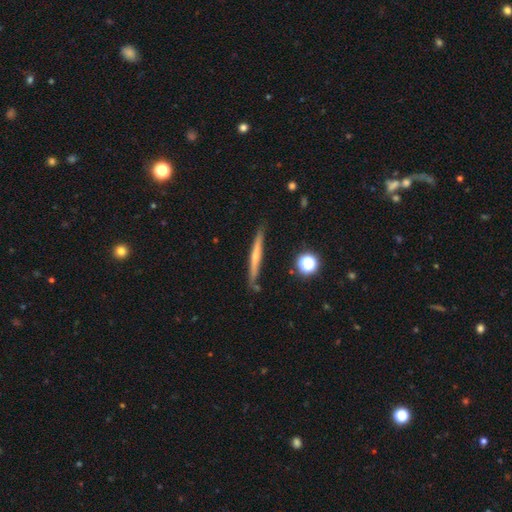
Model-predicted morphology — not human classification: Smooth or featured? featured or disk (51%)
Edge-on disk? yes (96%)
Merging? none (85%)